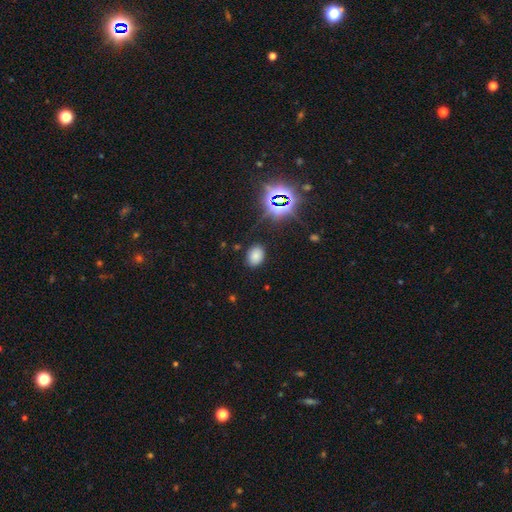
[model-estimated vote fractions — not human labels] The model was most divided on "how rounded": in between: 73%, round: 26%, cigar-shaped: 1%. More confident: merging — none (84%); smooth or featured — smooth (73%).